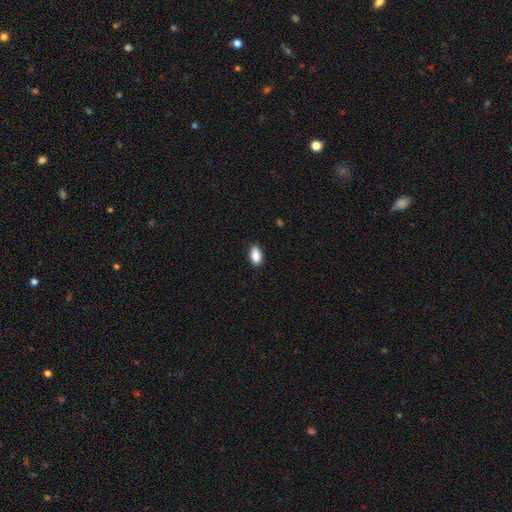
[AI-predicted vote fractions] smooth-or-featured: smooth: 89% | star or artifact: 7% | featured or disk: 4%
  how-rounded: in between: 91% | cigar-shaped: 5% | round: 4%
  merging: none: 86% | minor disturbance: 11% | major disturbance: 2% | merger: 1%